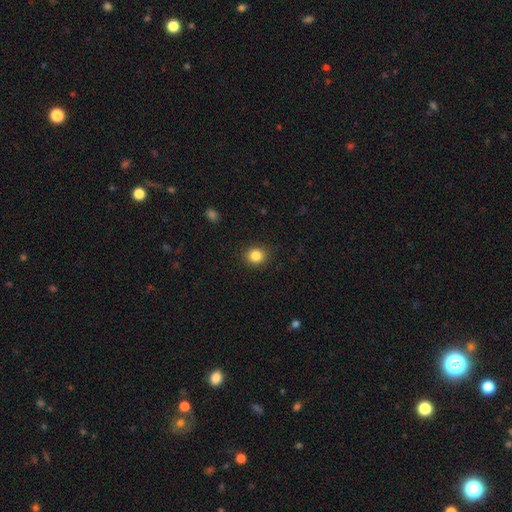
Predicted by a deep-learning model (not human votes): Smooth or featured: smooth — 84% (star or artifact — 11%)
How rounded: round — 79% (in between — 21%)
Merging: none — 89% (minor disturbance — 8%)